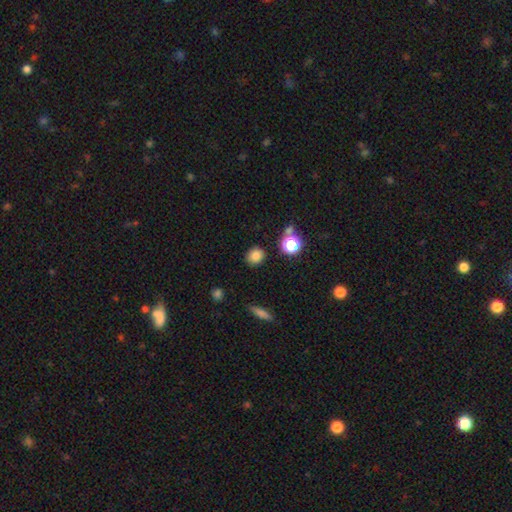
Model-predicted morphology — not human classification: Overall: smooth (80%). How rounded: round (79%). Merging: none (87%).